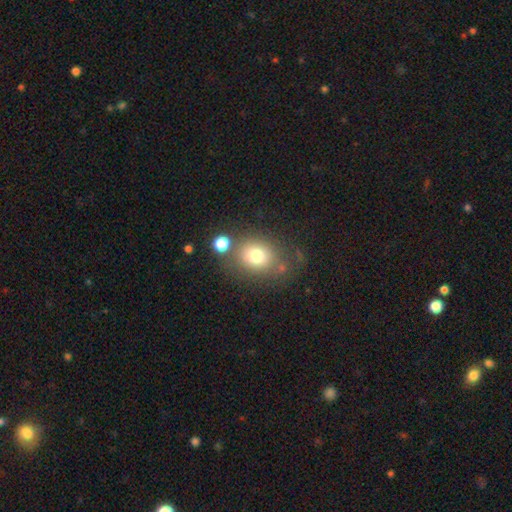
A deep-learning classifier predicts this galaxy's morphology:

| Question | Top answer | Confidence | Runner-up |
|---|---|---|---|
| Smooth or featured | smooth | 75% | star or artifact (12%) |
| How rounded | round | 64% | in between (35%) |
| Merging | none | 65% | minor disturbance (15%) |